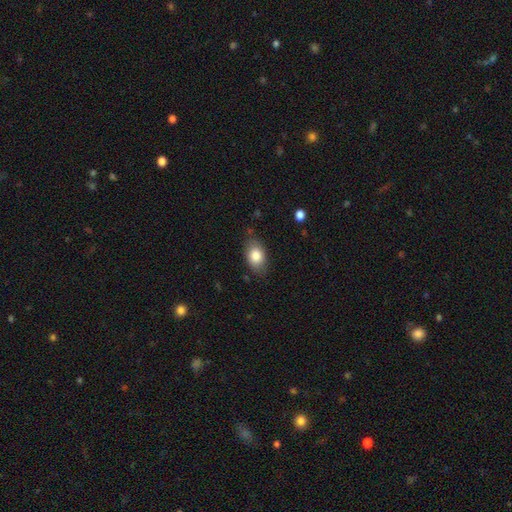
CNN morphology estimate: Smooth or featured?
  - smooth: 83% *
  - featured or disk: 10%
  - star or artifact: 7%
How rounded?
  - in between: 85% *
  - round: 13%
  - cigar-shaped: 2%
Merging?
  - none: 78% *
  - minor disturbance: 16%
  - major disturbance: 4%
  - merger: 1%